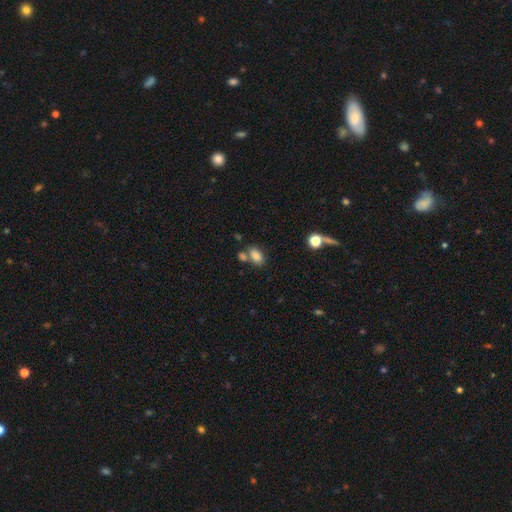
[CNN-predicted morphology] Q: Smooth or featured?
A: smooth (82%); runner-up: star or artifact (10%)
Q: How rounded?
A: in between (87%); runner-up: round (11%)
Q: Merging?
A: none (55%); runner-up: merger (29%)